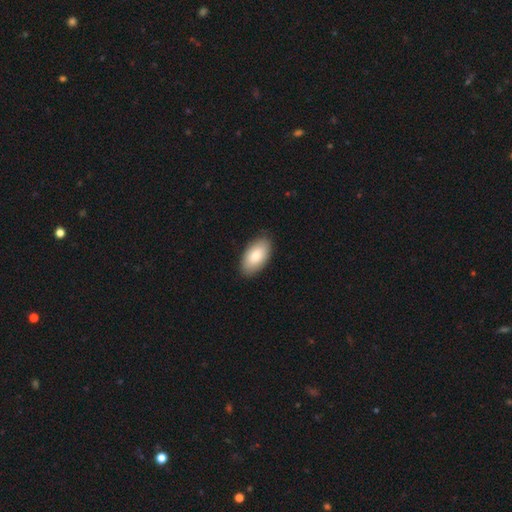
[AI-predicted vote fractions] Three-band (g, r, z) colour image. It shows a smooth galaxy with no disk features (80%) that is in between round and cigar-shaped (95%). Merging: none (88%).